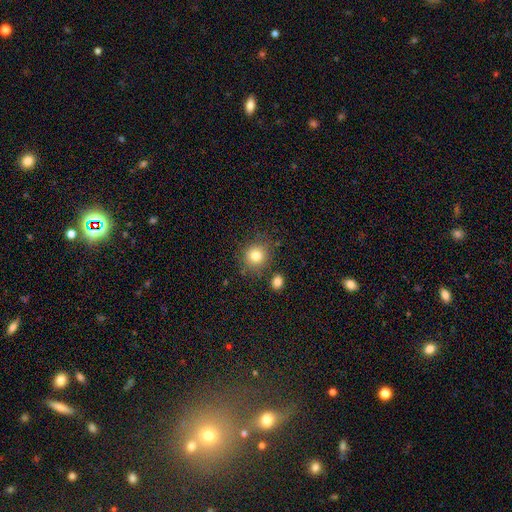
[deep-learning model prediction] Morphology: type=smooth (81%); roundness=round (88%); merging=none (80%).